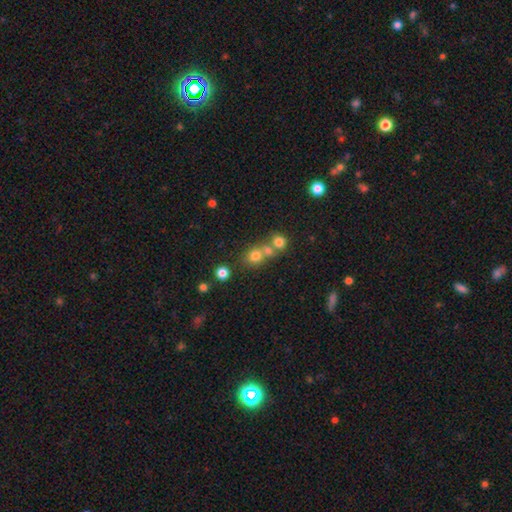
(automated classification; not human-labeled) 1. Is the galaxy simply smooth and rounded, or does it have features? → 73% smooth, 16% star or artifact, 10% featured or disk.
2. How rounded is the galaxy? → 78% round, 21% in between, 1% cigar-shaped.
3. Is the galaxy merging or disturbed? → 48% none, 40% merger, 8% minor disturbance, 4% major disturbance.